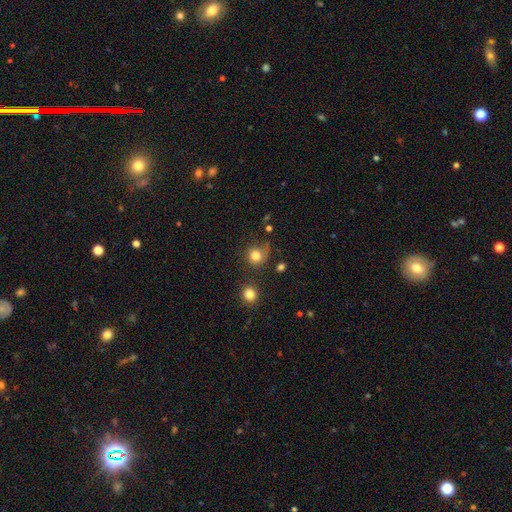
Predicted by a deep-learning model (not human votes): Q: Smooth or featured?
A: smooth (78%); runner-up: star or artifact (11%)
Q: How rounded?
A: round (88%); runner-up: in between (11%)
Q: Merging?
A: none (58%); runner-up: minor disturbance (19%)